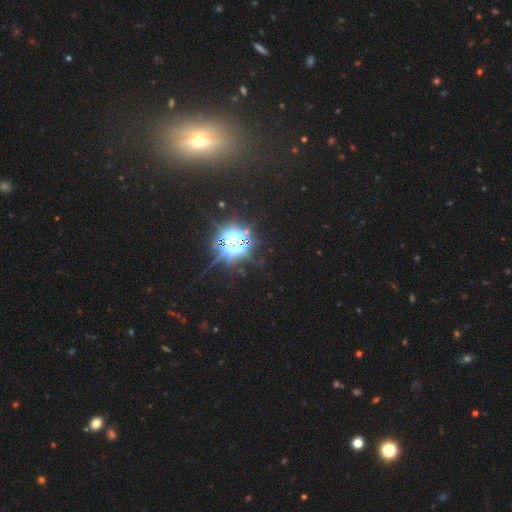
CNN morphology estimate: Smooth or featured? Predicted: star or artifact (p=0.66).